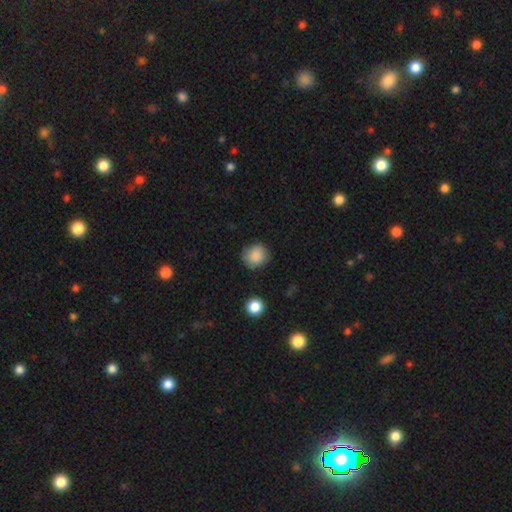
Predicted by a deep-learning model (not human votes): A smooth galaxy with no disk features (87%) that is round (84%).

Vote fractions:
- Smooth or featured? smooth: 87% / star or artifact: 8% / featured or disk: 4%
- How rounded? round: 84% / in between: 15% / cigar-shaped: 1%
- Merging? none: 80% / minor disturbance: 15% / major disturbance: 4% / merger: 2%